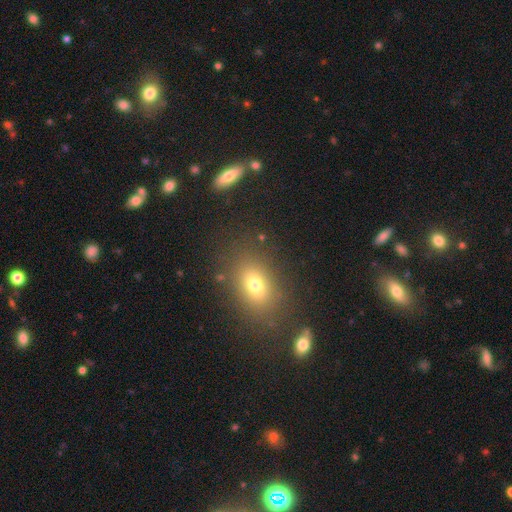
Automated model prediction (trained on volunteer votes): A smooth galaxy with no disk features (63%) that is in between round and cigar-shaped (72%).

Vote fractions:
- Smooth or featured? smooth: 63% / star or artifact: 25% / featured or disk: 12%
- How rounded? in between: 72% / round: 25% / cigar-shaped: 3%
- Merging? none: 84% / minor disturbance: 9% / merger: 4% / major disturbance: 3%